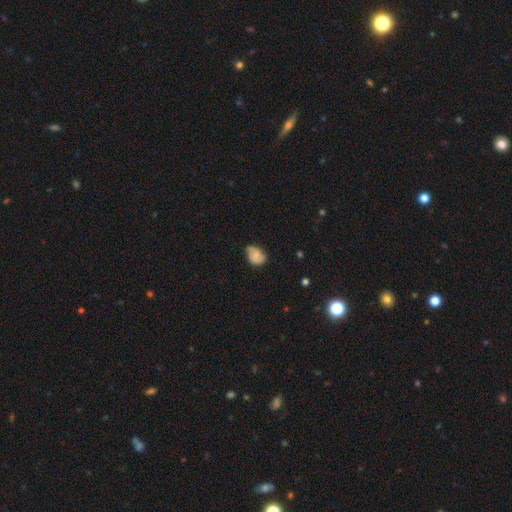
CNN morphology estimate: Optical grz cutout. It shows a smooth galaxy with no disk features (66%) that is in between round and cigar-shaped (73%). Merging: none (57%).